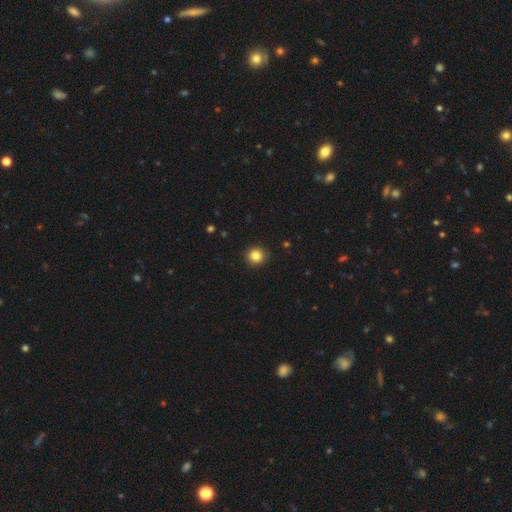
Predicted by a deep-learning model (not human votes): A smooth galaxy with no disk features (85%) that is round (92%). Merging: none (91%).